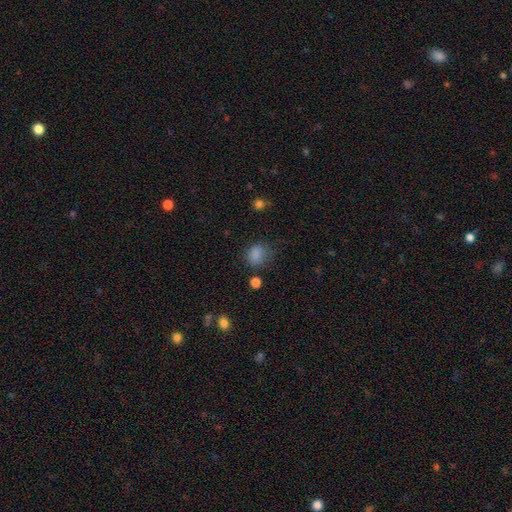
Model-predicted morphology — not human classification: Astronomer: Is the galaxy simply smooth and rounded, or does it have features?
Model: smooth — 83%.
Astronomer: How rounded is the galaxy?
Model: round — 62% (runner-up: in between, 37%).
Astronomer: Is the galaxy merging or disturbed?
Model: none — 69%.